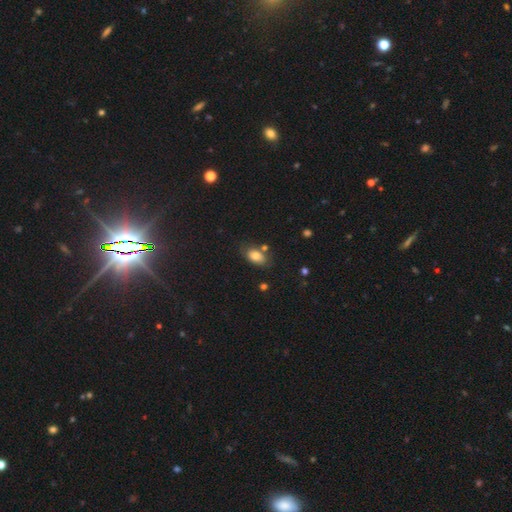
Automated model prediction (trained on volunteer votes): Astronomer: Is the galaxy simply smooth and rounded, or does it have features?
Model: smooth — 78%.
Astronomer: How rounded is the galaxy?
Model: in between — 87%.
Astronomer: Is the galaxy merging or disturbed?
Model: none — 68%.